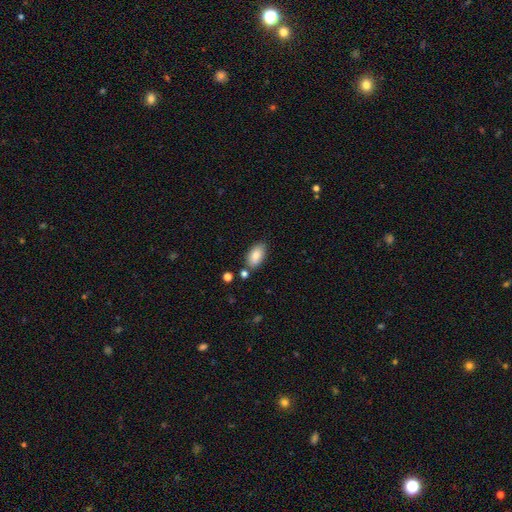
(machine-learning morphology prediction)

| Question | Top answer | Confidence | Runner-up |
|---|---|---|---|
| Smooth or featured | smooth | 85% | featured or disk (8%) |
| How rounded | in between | 94% | round (4%) |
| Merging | none | 79% | minor disturbance (13%) |